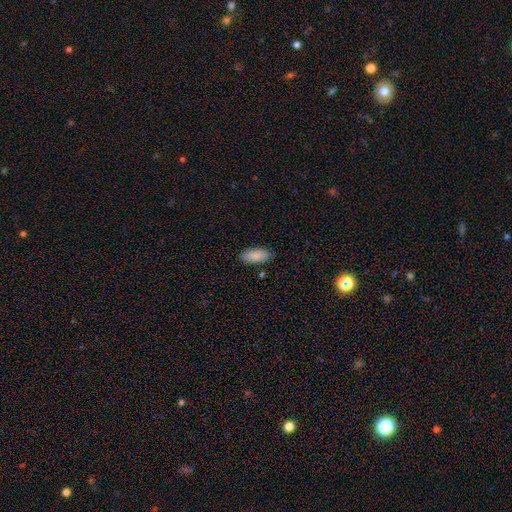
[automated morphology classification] smooth 88%, star or artifact 6%, featured or disk 5%. Down the decision tree: how rounded — in between (87%); merging — none (85%).